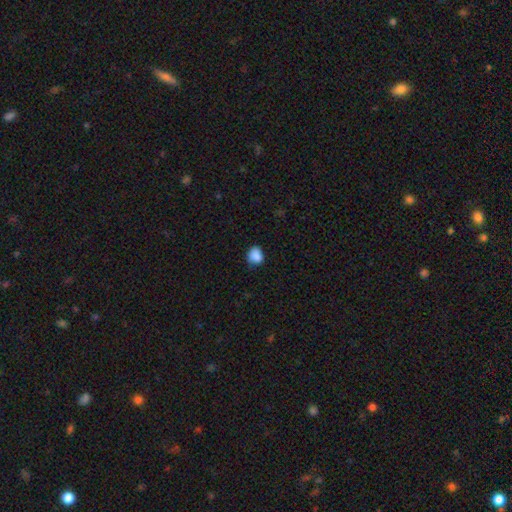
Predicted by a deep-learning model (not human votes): Smooth or featured: smooth — 86% (star or artifact — 9%)
How rounded: round — 60% (in between — 40%)
Merging: none — 66% (minor disturbance — 27%)